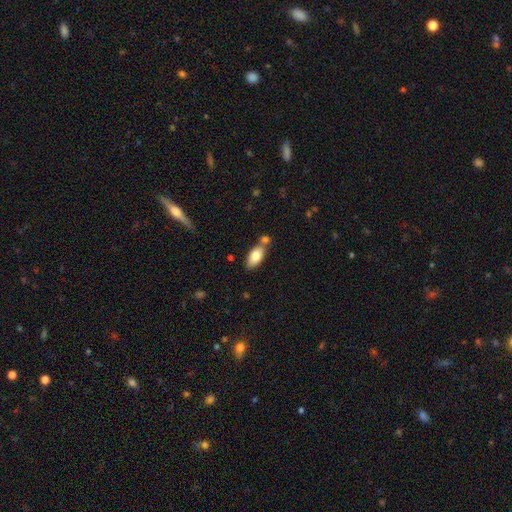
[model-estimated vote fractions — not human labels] Smooth or featured? Predicted: smooth (p=0.79). How rounded? Predicted: in between (p=0.90). Merging? Predicted: none (p=0.58).